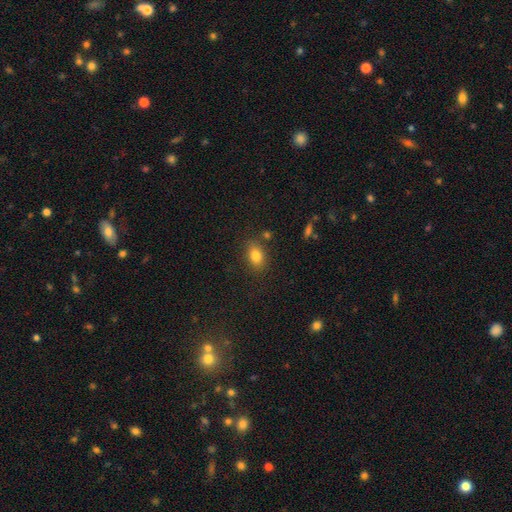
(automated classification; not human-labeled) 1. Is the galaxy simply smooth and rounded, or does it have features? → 83% smooth, 10% star or artifact, 8% featured or disk.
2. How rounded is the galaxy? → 81% in between, 17% round, 2% cigar-shaped.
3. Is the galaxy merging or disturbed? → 79% none, 13% minor disturbance, 4% merger, 4% major disturbance.